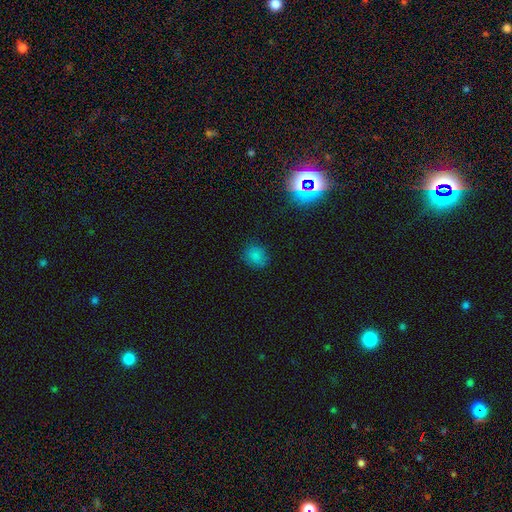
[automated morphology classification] Q: Smooth or featured?
A: smooth (79%); runner-up: star or artifact (16%)
Q: How rounded?
A: round (72%); runner-up: in between (27%)
Q: Merging?
A: none (83%); runner-up: minor disturbance (13%)